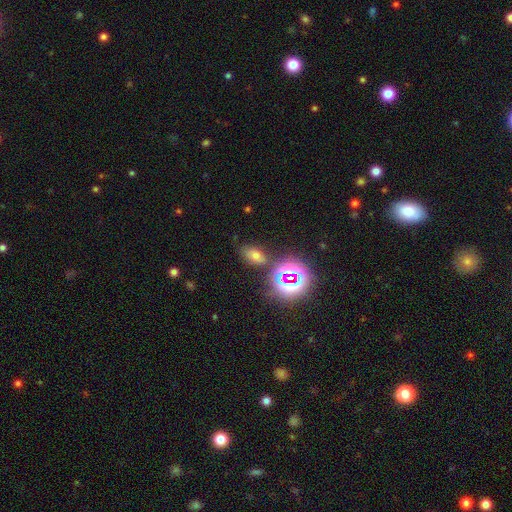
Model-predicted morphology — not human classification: Q: Smooth or featured?
A: smooth (55%); runner-up: star or artifact (33%)
Q: How rounded?
A: in between (82%); runner-up: round (15%)
Q: Merging?
A: none (75%); runner-up: minor disturbance (12%)